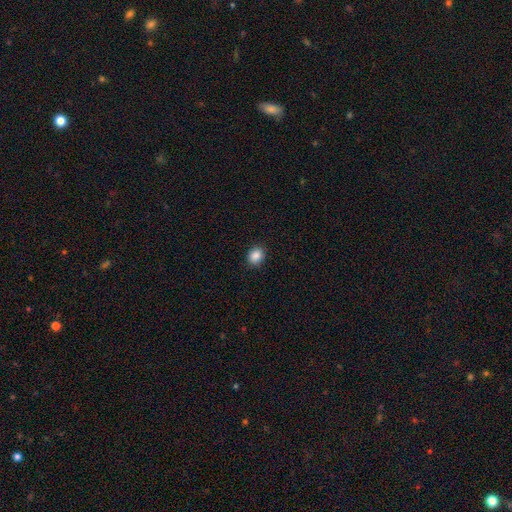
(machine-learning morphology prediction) Q: Smooth or featured?
A: smooth (88%); runner-up: star or artifact (9%)
Q: How rounded?
A: round (59%); runner-up: in between (40%)
Q: Merging?
A: none (89%); runner-up: minor disturbance (8%)